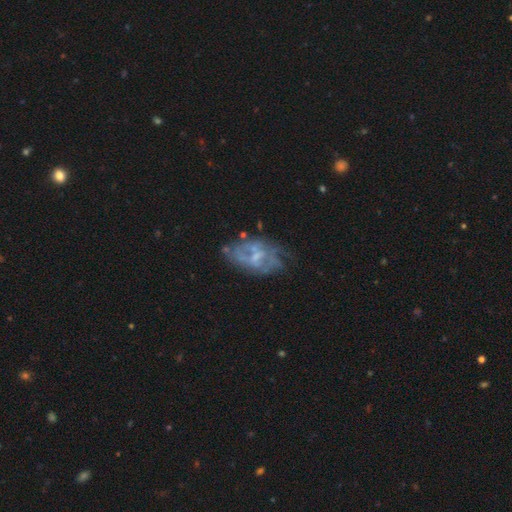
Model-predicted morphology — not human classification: Q: Smooth or featured?
A: featured or disk (70%); runner-up: smooth (21%)
Q: Edge-on disk?
A: no (96%); runner-up: yes (4%)
Q: Bar?
A: no (54%); runner-up: weak (38%)
Q: Spiral arms?
A: no (52%); runner-up: yes (48%)
Q: Bulge size?
A: small (47%); runner-up: moderate (28%)
Q: Merging?
A: none (49%); runner-up: minor disturbance (26%)